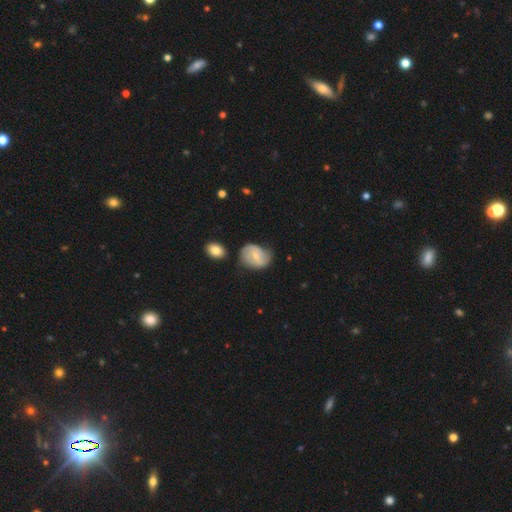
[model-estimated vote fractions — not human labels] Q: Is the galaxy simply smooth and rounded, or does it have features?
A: featured or disk — 58%.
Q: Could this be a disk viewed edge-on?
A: no — 97%.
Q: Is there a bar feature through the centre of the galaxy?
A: weak — 52%.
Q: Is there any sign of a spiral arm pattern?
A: yes — 83%.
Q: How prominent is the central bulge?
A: small — 63%.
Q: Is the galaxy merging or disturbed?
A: none — 58%.